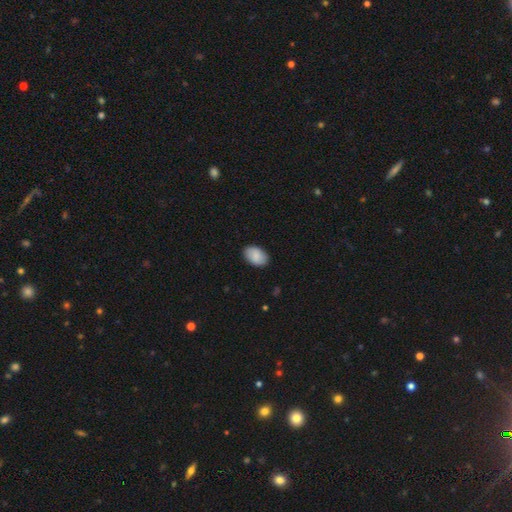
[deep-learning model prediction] smooth-or-featured: smooth: 88% | star or artifact: 6% | featured or disk: 6%
  how-rounded: in between: 89% | round: 10% | cigar-shaped: 1%
  merging: none: 88% | minor disturbance: 9% | major disturbance: 2% | merger: 1%